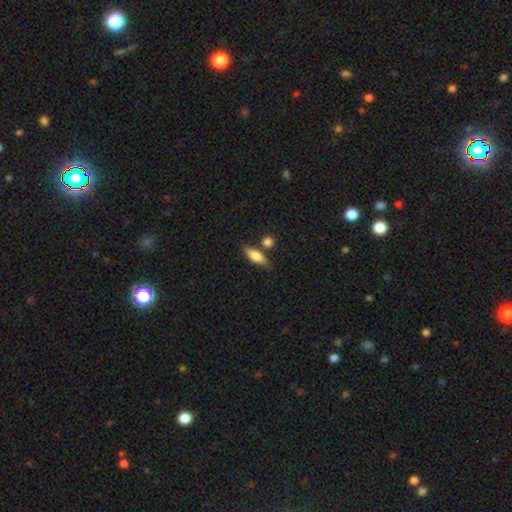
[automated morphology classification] This is likely a smooth galaxy (78%). How rounded: likely in between (65%). Merging: likely none (69%).